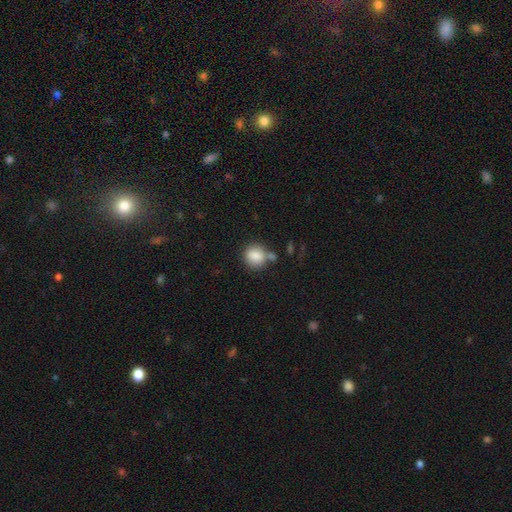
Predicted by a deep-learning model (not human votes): smooth_or_featured: smooth (p=0.86) [alt: star or artifact p=0.08]
how_rounded: round (p=0.77) [alt: in between p=0.22]
merging: none (p=0.61) [alt: merger p=0.19]